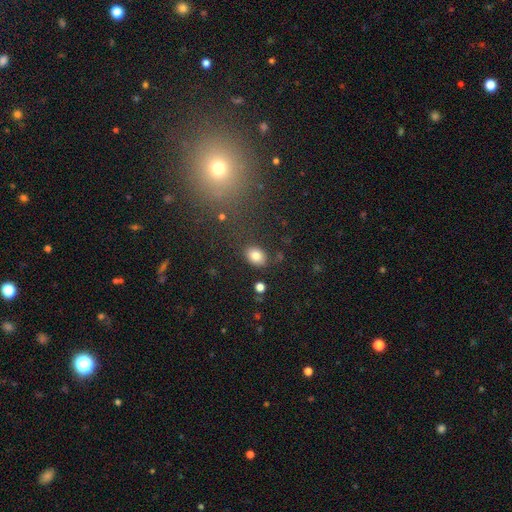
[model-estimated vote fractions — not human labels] smooth_or_featured: smooth (p=0.83) [alt: star or artifact p=0.10]
how_rounded: in between (p=0.71) [alt: round p=0.28]
merging: none (p=0.82) [alt: minor disturbance p=0.12]